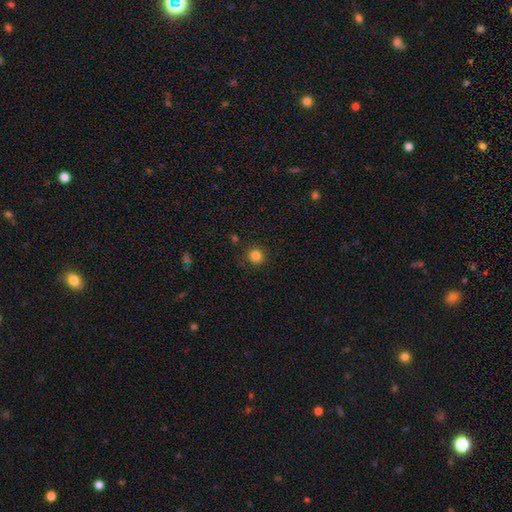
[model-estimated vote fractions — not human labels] A smooth galaxy with no disk features (84%) that is round (93%).

Vote fractions:
- Smooth or featured? smooth: 84% / star or artifact: 13% / featured or disk: 3%
- How rounded? round: 93% / in between: 6% / cigar-shaped: 1%
- Merging? none: 89% / minor disturbance: 7% / major disturbance: 3% / merger: 1%